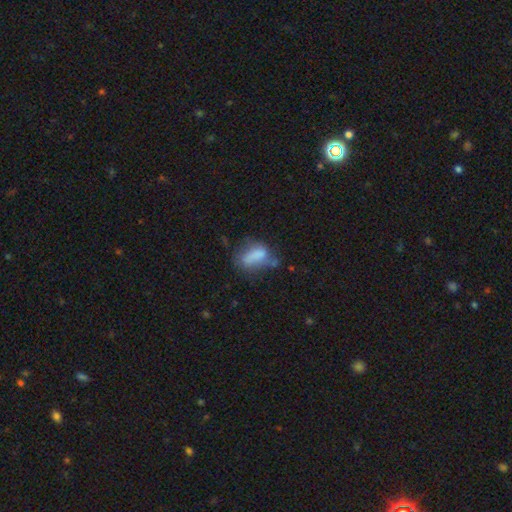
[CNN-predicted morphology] A smooth galaxy with no disk features (68%) that is in between round and cigar-shaped (83%). Merging: none (32%).